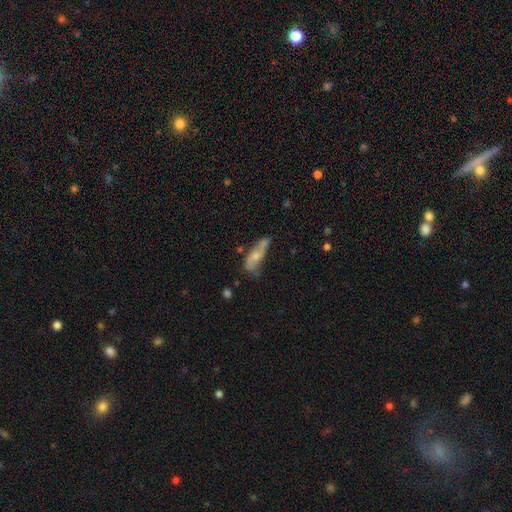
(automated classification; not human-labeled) Smooth or featured? Predicted: smooth (p=0.53). How rounded? Predicted: in between (p=0.56). Merging? Predicted: none (p=0.39).